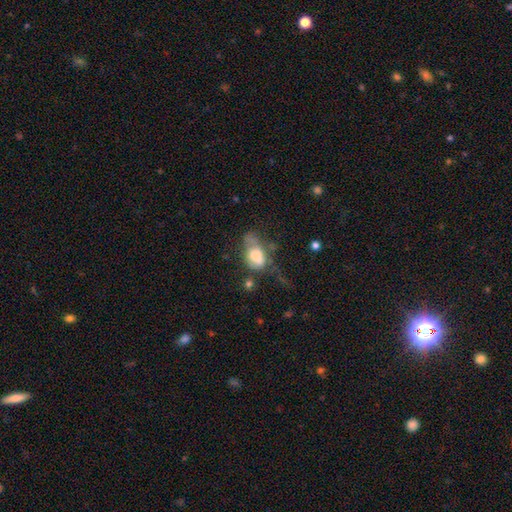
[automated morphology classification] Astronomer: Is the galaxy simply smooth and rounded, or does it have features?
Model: smooth — 60%.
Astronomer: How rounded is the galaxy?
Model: in between — 80%.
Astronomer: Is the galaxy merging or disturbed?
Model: major disturbance — 37% (runner-up: minor disturbance, 24%).